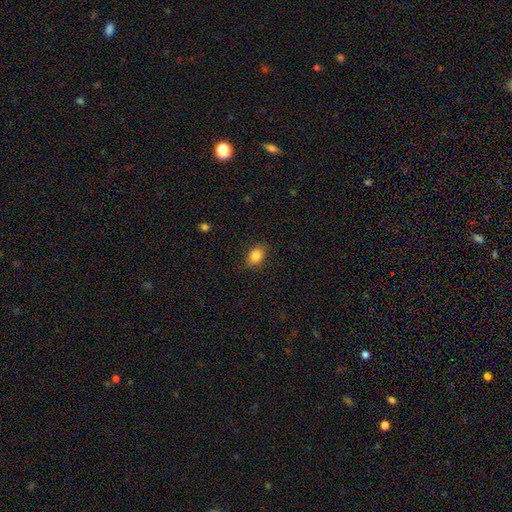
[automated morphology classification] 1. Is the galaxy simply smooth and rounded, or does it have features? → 85% smooth, 9% star or artifact, 6% featured or disk.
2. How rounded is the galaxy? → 74% in between, 25% round, 1% cigar-shaped.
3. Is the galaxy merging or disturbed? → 82% none, 14% minor disturbance, 3% major disturbance, 1% merger.